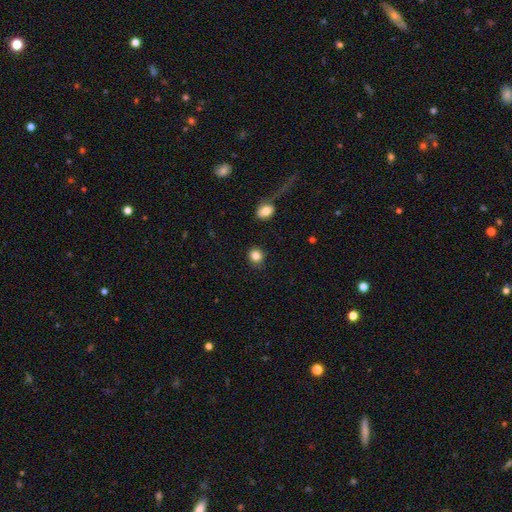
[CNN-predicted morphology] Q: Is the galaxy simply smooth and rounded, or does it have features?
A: smooth — 85%.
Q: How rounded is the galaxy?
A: round — 84%.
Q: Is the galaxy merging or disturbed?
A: none — 85%.